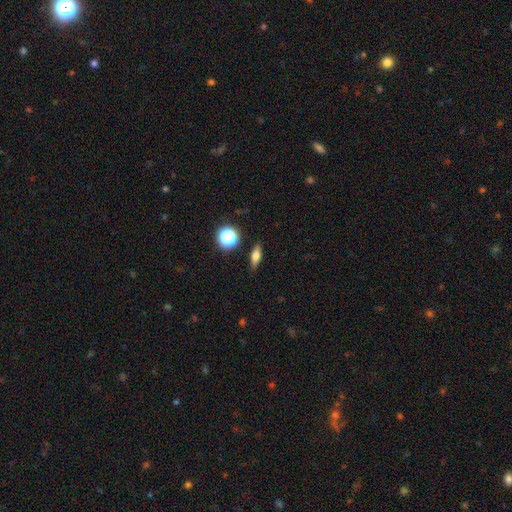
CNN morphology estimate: A smooth galaxy with no disk features (63%) that is in between round and cigar-shaped (51%). Merging: none (87%).